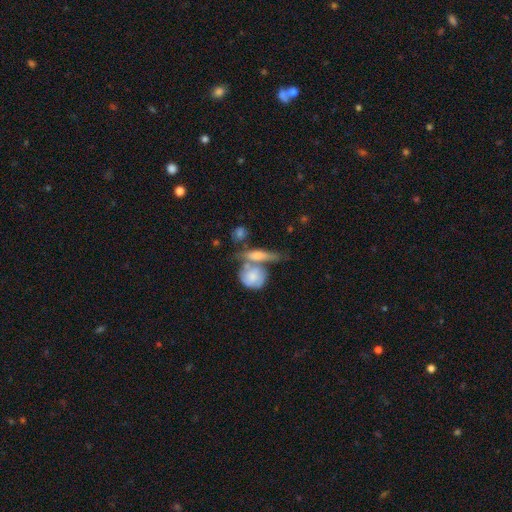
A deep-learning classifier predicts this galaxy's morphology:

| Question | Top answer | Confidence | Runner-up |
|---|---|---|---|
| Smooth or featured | smooth | 51% | featured or disk (42%) |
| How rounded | cigar-shaped | 41% | in between (40%) |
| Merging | merger | 41% | none (37%) |